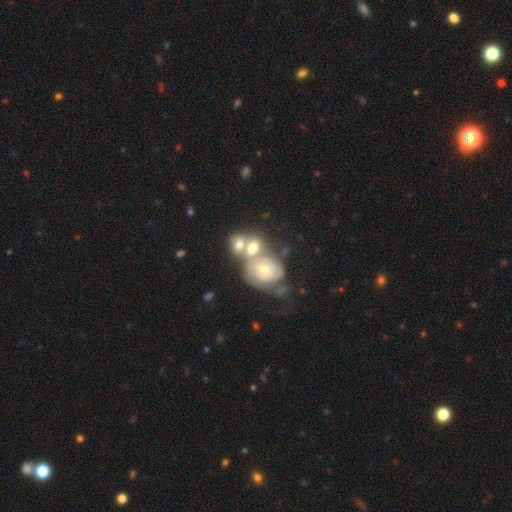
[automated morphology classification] A featured or disk galaxy (63%) with no bar (78%), spiral arms (67%) and a small central bulge (53%). Merging: merger (51%).